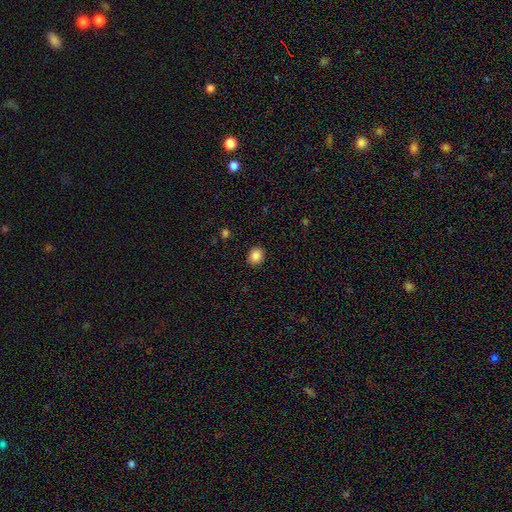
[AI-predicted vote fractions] Overall: smooth (86%). How rounded: round (66%; in between 34%). Merging: none (90%).